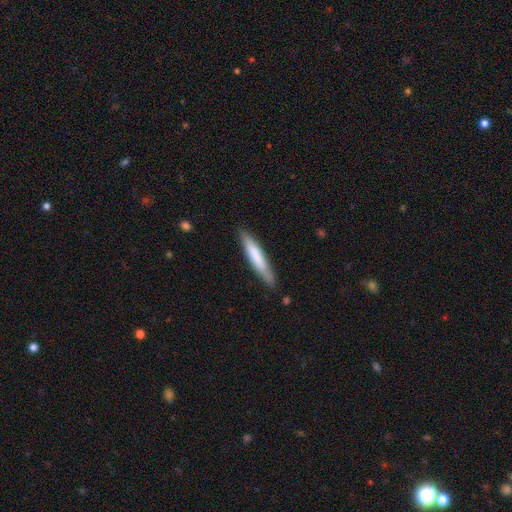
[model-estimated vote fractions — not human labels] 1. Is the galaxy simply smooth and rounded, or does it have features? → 72% smooth, 23% featured or disk, 5% star or artifact.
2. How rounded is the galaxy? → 92% cigar-shaped, 7% in between, 1% round.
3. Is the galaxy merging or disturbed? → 85% none, 11% minor disturbance, 2% major disturbance, 2% merger.